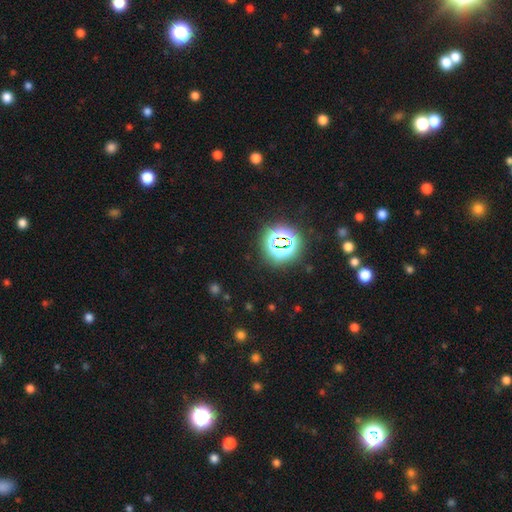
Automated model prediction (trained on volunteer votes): smooth-or-featured: star or artifact: 79% | smooth: 14% | featured or disk: 7%